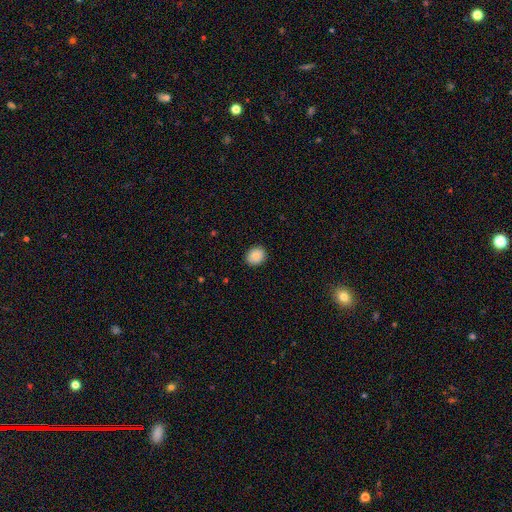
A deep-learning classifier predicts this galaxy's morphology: smooth 88%, star or artifact 8%, featured or disk 4%. Down the decision tree: how rounded — round (57%); merging — none (88%).